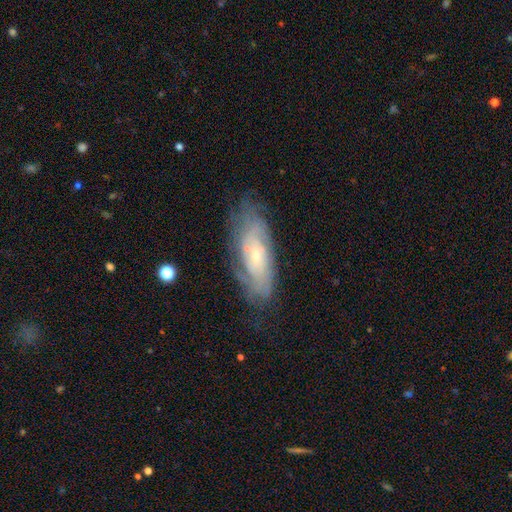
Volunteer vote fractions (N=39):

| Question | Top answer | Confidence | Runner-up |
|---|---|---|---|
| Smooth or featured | featured or disk | 90% | smooth (10%) |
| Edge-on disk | no | 97% | yes (3%) |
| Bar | no | 91% | weak (6%) |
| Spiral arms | yes | 94% | no (6%) |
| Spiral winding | tight | 78% | medium (19%) |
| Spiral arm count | can't tell | 59% | more than 4 (31%) |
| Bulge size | small | 82% | moderate (12%) |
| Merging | none | 74% | minor disturbance (15%) |